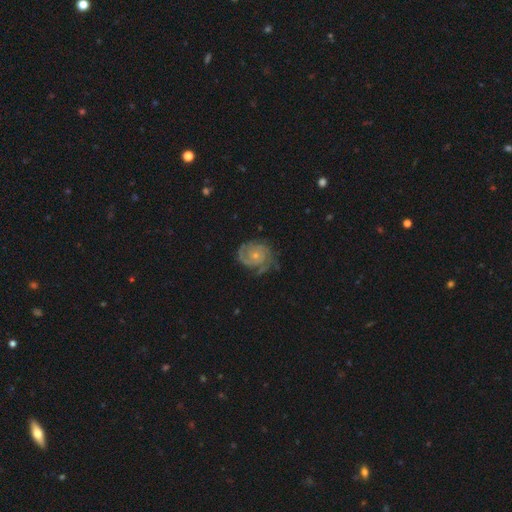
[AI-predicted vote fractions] Smooth or featured? featured or disk (86%)
Edge-on disk? no (98%)
Bar? no (78%)
Spiral arms? yes (97%)
Spiral winding? tight (62%)
Spiral arm count? 2 (46%)
Bulge size? small (71%)
Merging? none (67%)